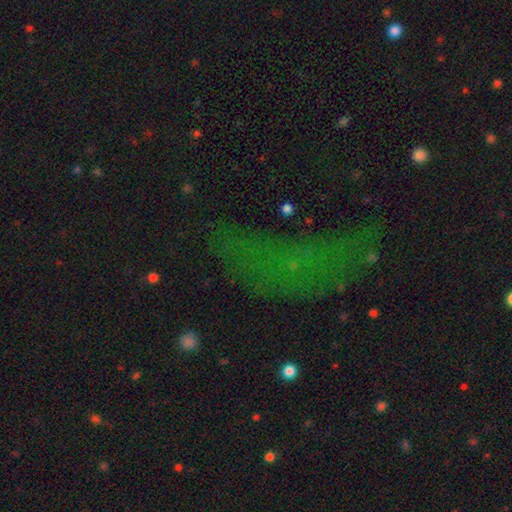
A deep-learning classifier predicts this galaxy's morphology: This is possibly a star or artifact rather than a galaxy (56%).